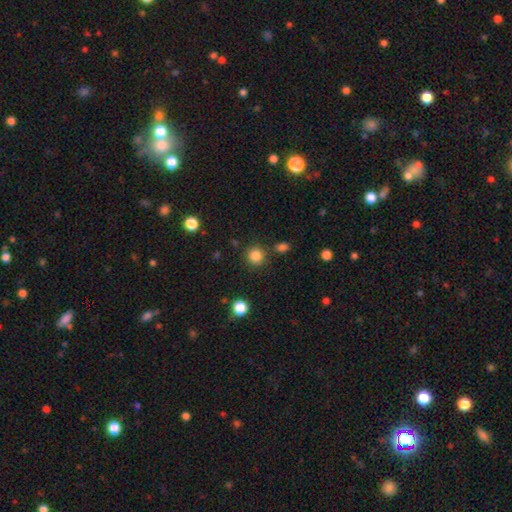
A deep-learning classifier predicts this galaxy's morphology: Smooth or featured? Predicted: smooth (p=0.84). How rounded? Predicted: round (p=0.94). Merging? Predicted: none (p=0.85).